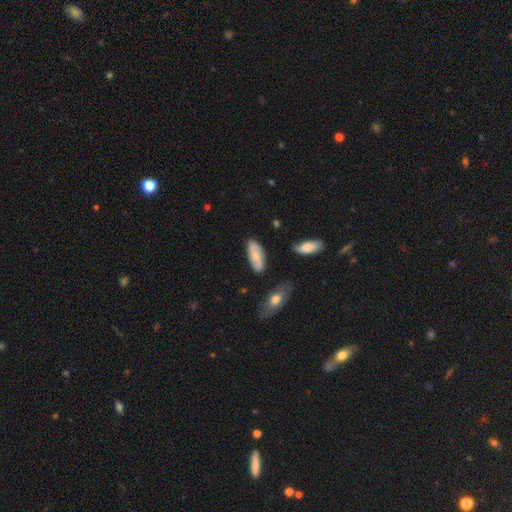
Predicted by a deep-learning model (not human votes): Overall: smooth (55%; featured or disk 39%). How rounded: in between (81%). Merging: none (79%).